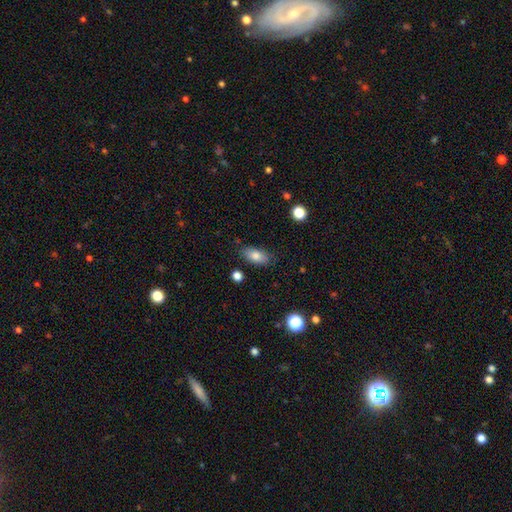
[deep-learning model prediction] smooth-or-featured: smooth: 80% | featured or disk: 12% | star or artifact: 8%
  how-rounded: in between: 88% | cigar-shaped: 7% | round: 5%
  merging: none: 81% | minor disturbance: 13% | major disturbance: 3% | merger: 2%